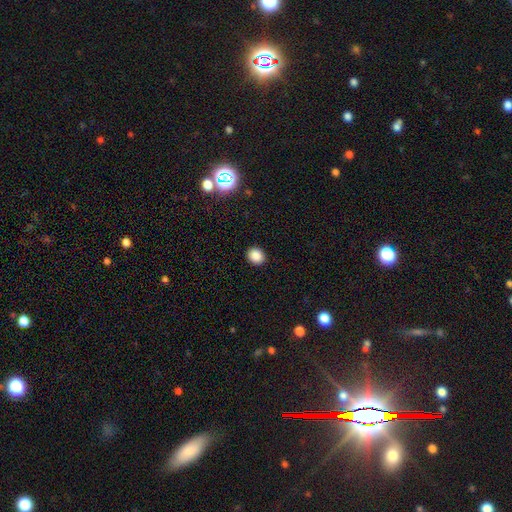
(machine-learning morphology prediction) Overall: smooth (85%). How rounded: round (70%). Merging: none (91%).